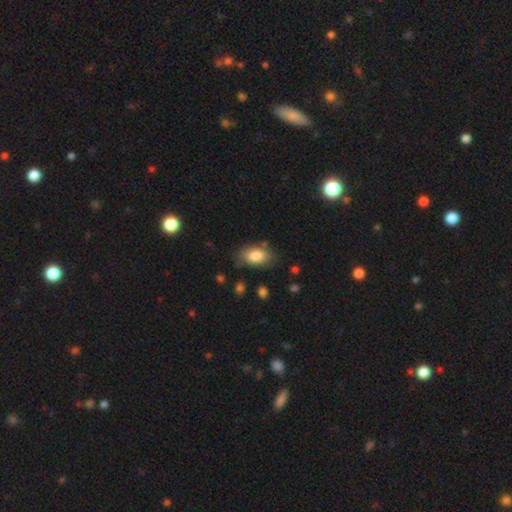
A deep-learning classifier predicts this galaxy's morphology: Overall: smooth (82%). How rounded: in between (90%). Merging: none (74%).